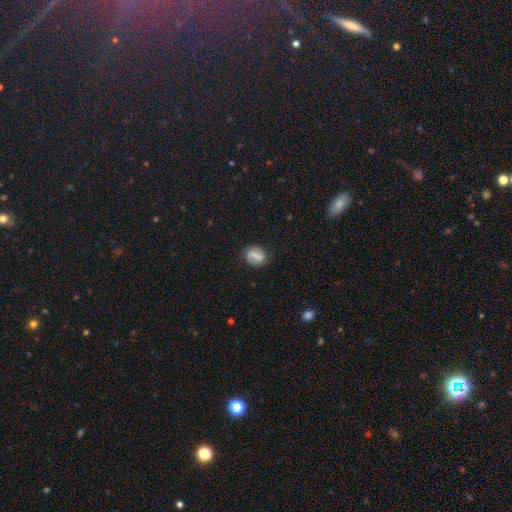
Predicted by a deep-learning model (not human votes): This appears to be a smooth galaxy with no disk features (51%) that is in between round and cigar-shaped (51%). Merging: none (81%).